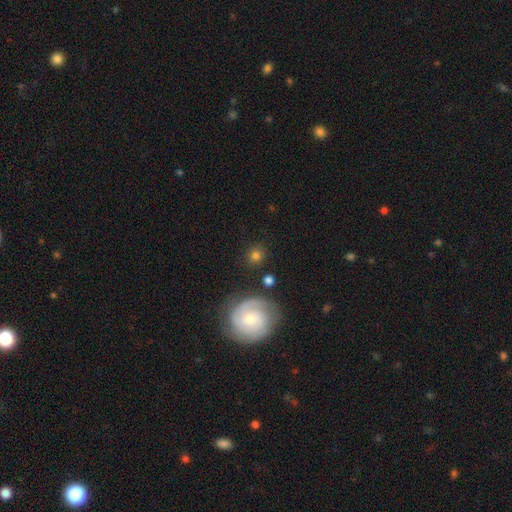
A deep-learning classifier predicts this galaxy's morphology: Smooth or featured?
  - smooth: 72% *
  - featured or disk: 17%
  - star or artifact: 11%
How rounded?
  - round: 87% *
  - in between: 12%
  - cigar-shaped: 1%
Merging?
  - none: 83% *
  - minor disturbance: 9%
  - merger: 4%
  - major disturbance: 4%